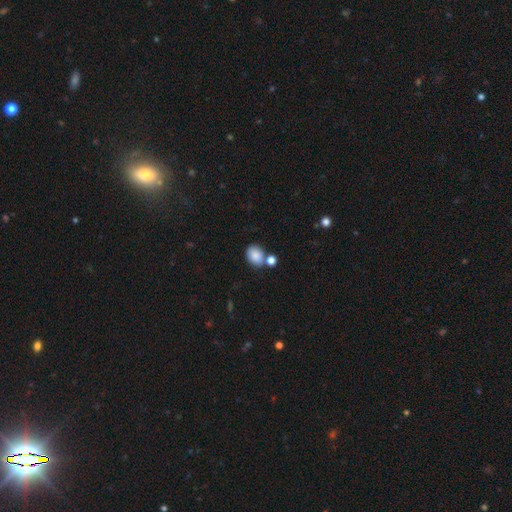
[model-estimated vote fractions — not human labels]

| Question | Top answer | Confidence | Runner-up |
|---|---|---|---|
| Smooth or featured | smooth | 86% | star or artifact (9%) |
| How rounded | in between | 62% | round (37%) |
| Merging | none | 61% | merger (22%) |